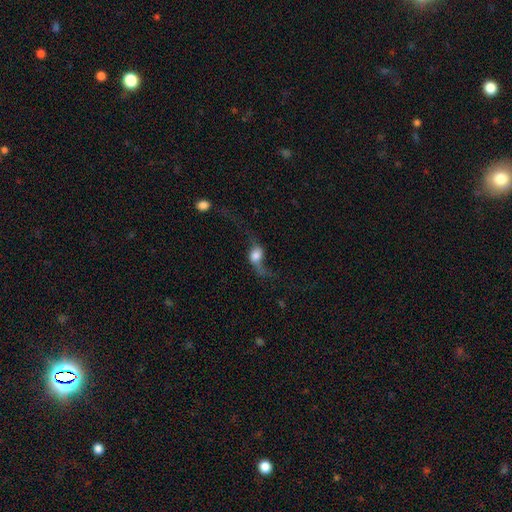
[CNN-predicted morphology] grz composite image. It shows a featured or disk galaxy (54%). Merging: major disturbance (43%).